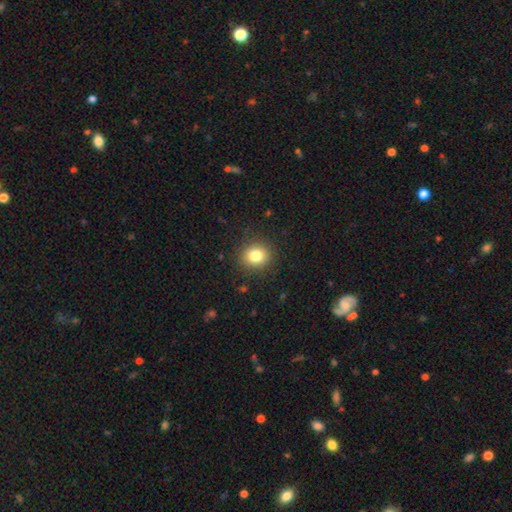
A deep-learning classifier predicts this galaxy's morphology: This appears to be a smooth galaxy with no disk features (81%) that is round (79%). Merging: none (89%).